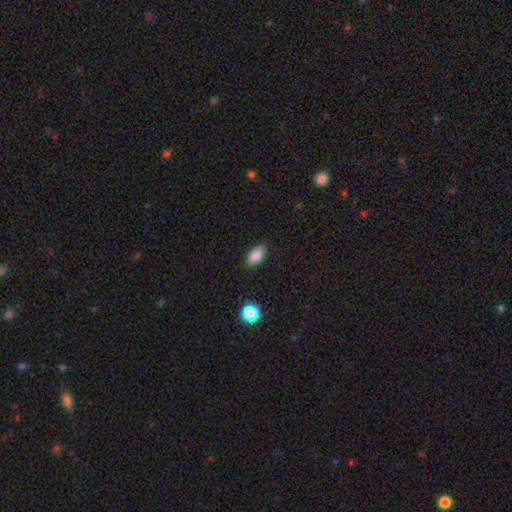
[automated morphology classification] Smooth or featured? smooth (85%)
How rounded? in between (88%)
Merging? none (80%)